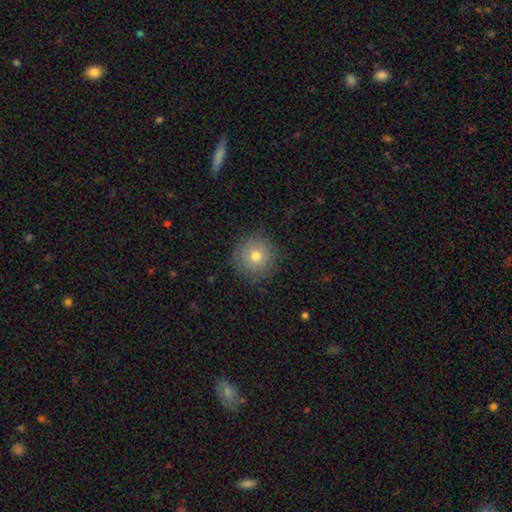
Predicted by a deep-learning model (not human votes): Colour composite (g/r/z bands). It shows a smooth galaxy with no disk features (74%) that is round (95%). Merging: none (86%).